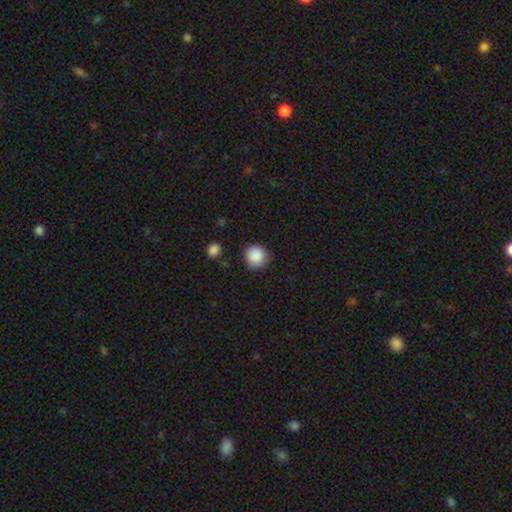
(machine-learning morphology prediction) Smooth or featured: smooth — 88% (star or artifact — 9%)
How rounded: round — 94% (in between — 6%)
Merging: none — 87% (minor disturbance — 9%)